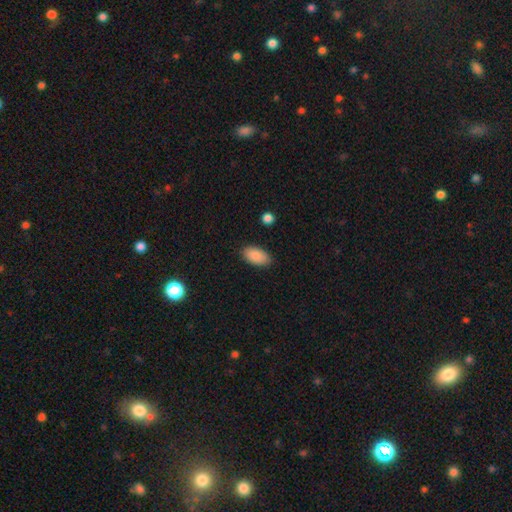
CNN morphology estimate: smooth_or_featured: smooth (p=0.88) [alt: star or artifact p=0.07]
how_rounded: in between (p=0.94) [alt: round p=0.03]
merging: none (p=0.86) [alt: minor disturbance p=0.10]